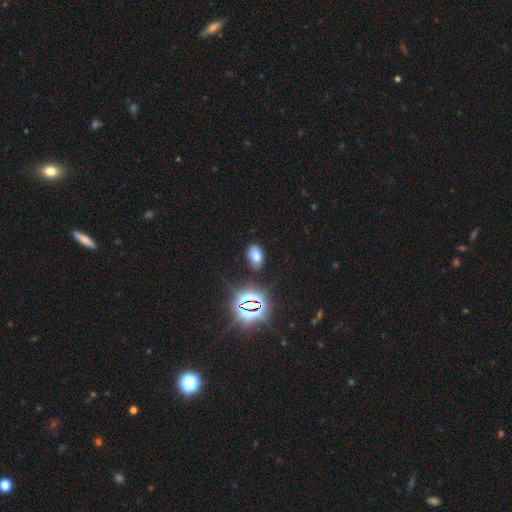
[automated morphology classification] Smooth or featured?
  - smooth: 64% *
  - star or artifact: 25%
  - featured or disk: 10%
How rounded?
  - in between: 89% *
  - round: 10%
  - cigar-shaped: 1%
Merging?
  - none: 82% *
  - minor disturbance: 12%
  - major disturbance: 3%
  - merger: 2%